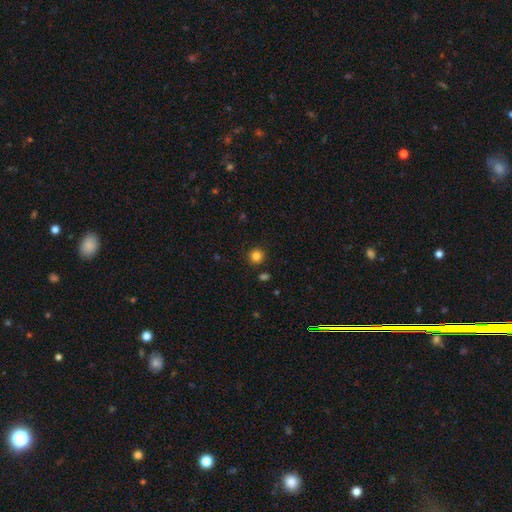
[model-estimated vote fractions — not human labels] Smooth or featured? smooth (83%)
How rounded? round (94%)
Merging? none (89%)